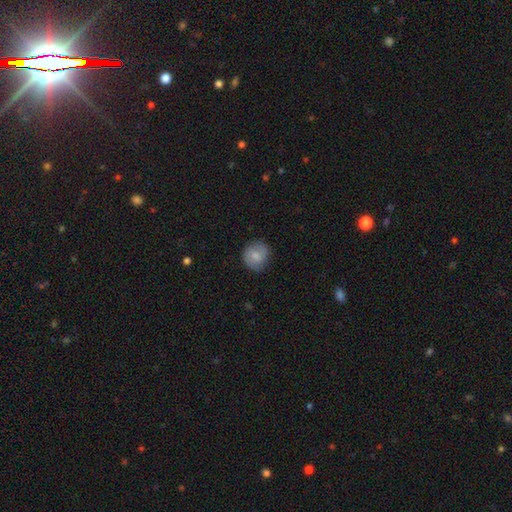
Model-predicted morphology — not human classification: smooth_or_featured: smooth (p=0.72) [alt: featured or disk p=0.21]
how_rounded: round (p=0.84) [alt: in between p=0.15]
merging: none (p=0.80) [alt: minor disturbance p=0.15]